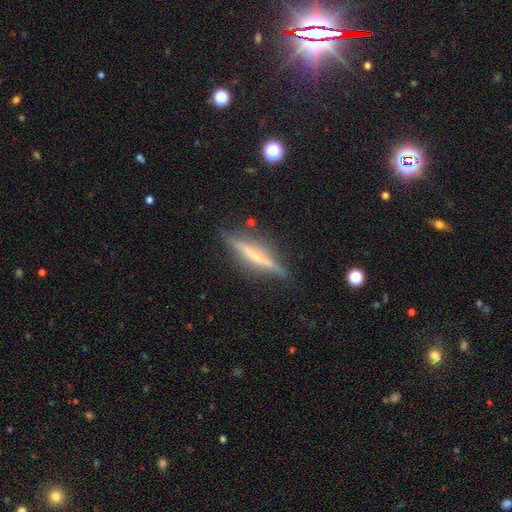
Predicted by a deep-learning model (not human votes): This appears to be a featured or disk galaxy (70%) viewed edge-on (96%) with no central bulge (46%). Merging: none (83%).